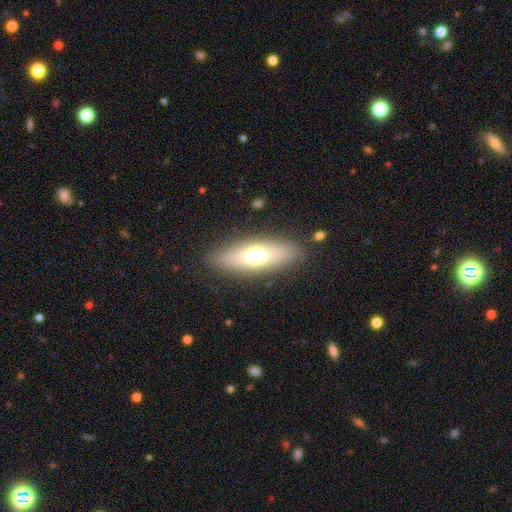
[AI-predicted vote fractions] A smooth galaxy with no disk features (62%) that is in between round and cigar-shaped (59%). Merging: none (86%).